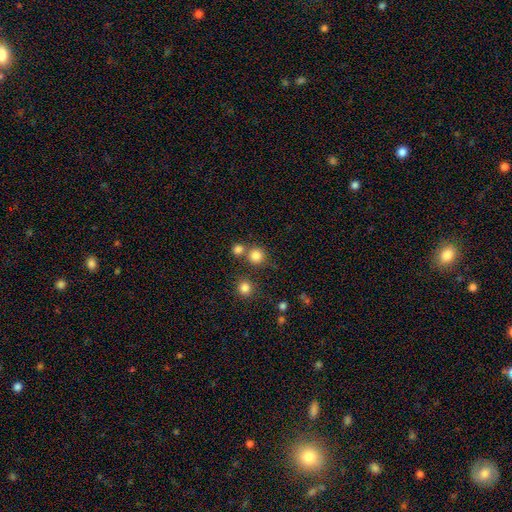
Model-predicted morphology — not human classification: Overall: smooth (82%). How rounded: round (93%). Merging: none (67%).